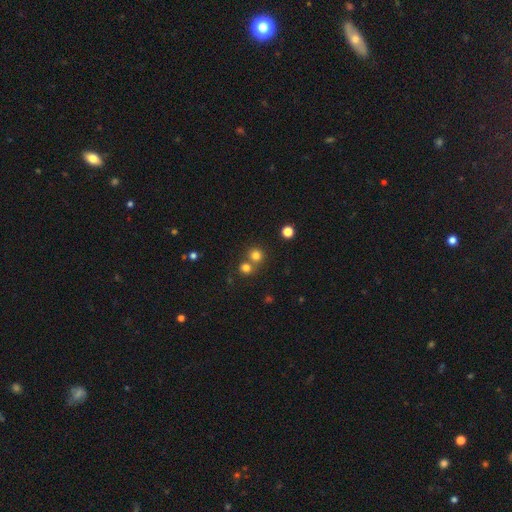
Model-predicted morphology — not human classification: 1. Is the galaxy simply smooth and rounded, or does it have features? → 77% smooth, 16% star or artifact, 7% featured or disk.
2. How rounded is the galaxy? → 90% round, 9% in between, 1% cigar-shaped.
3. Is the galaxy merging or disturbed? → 59% none, 33% merger, 6% minor disturbance, 2% major disturbance.